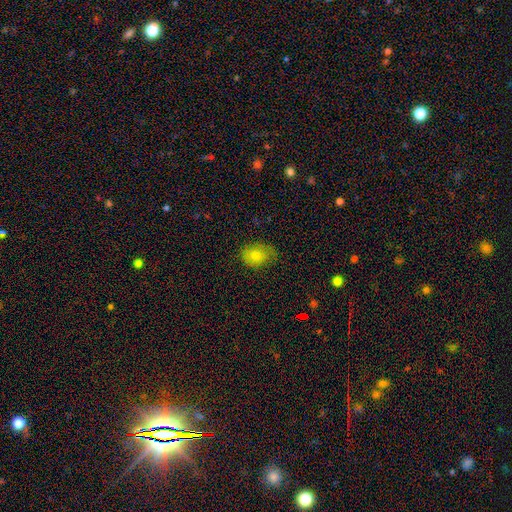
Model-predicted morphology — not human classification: Q: Smooth or featured?
A: smooth (78%); runner-up: featured or disk (12%)
Q: How rounded?
A: in between (65%); runner-up: round (34%)
Q: Merging?
A: none (60%); runner-up: minor disturbance (31%)